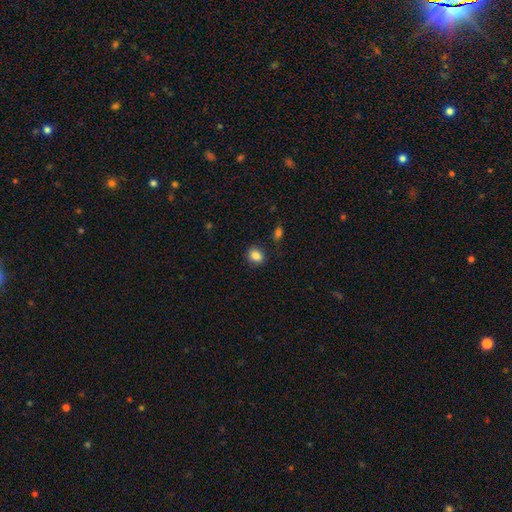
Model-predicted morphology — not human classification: This is clearly a smooth galaxy (86%). How rounded: possibly in between (51%). Merging: clearly none (85%).